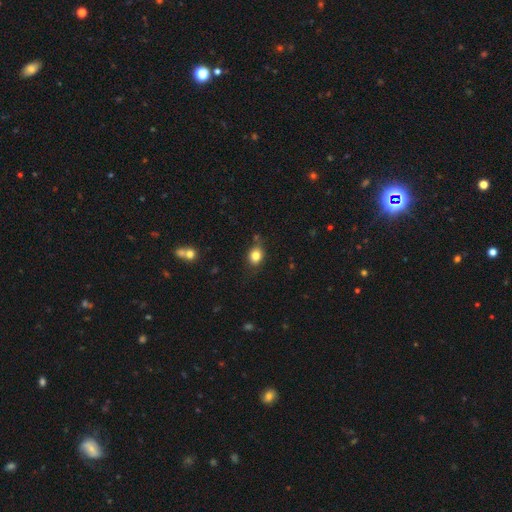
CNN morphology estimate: Smooth or featured? smooth (82%)
How rounded? round (56%)
Merging? none (77%)